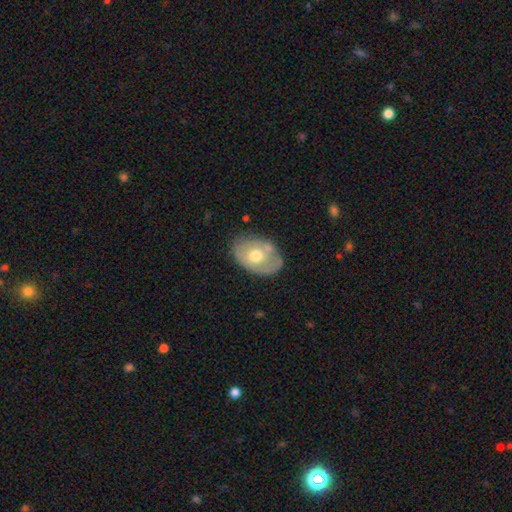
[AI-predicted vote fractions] Smooth or featured?
  - smooth: 51% *
  - featured or disk: 43%
  - star or artifact: 6%
How rounded?
  - in between: 79% *
  - round: 20%
  - cigar-shaped: 1%
Merging?
  - none: 67% *
  - minor disturbance: 22%
  - merger: 6%
  - major disturbance: 6%